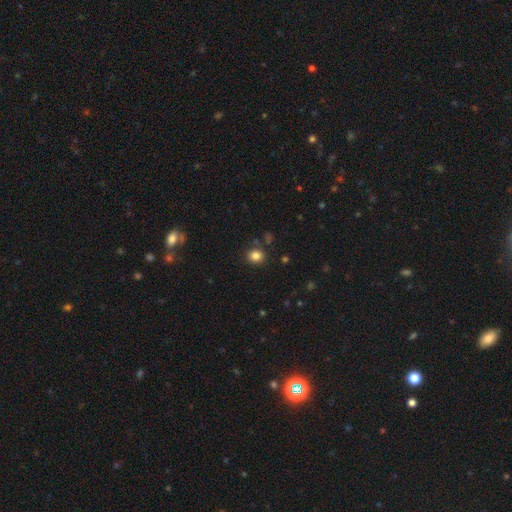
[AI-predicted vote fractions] Morphology: type=smooth (83%); roundness=round (73%); merging=none (83%).